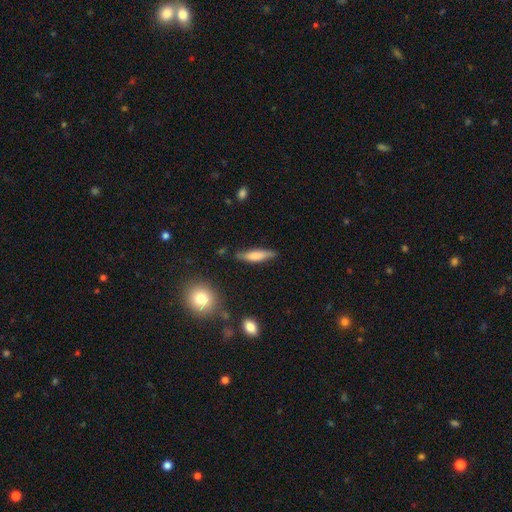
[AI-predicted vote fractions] smooth 64%, featured or disk 29%, star or artifact 7%. Down the decision tree: how rounded — cigar-shaped (74%); merging — none (75%).